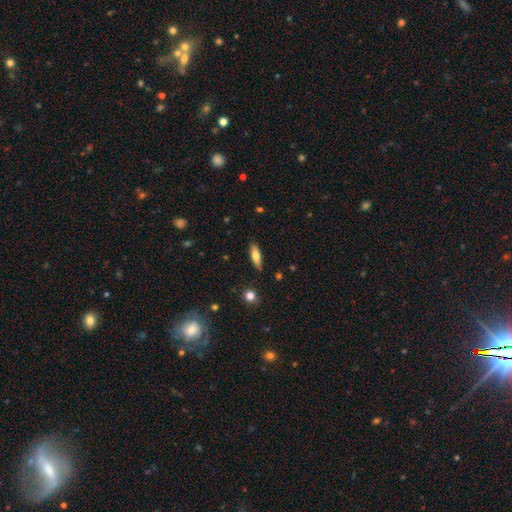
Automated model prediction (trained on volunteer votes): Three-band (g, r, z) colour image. It shows a smooth galaxy with no disk features (73%) that is in between round and cigar-shaped (55%). Merging: none (84%).